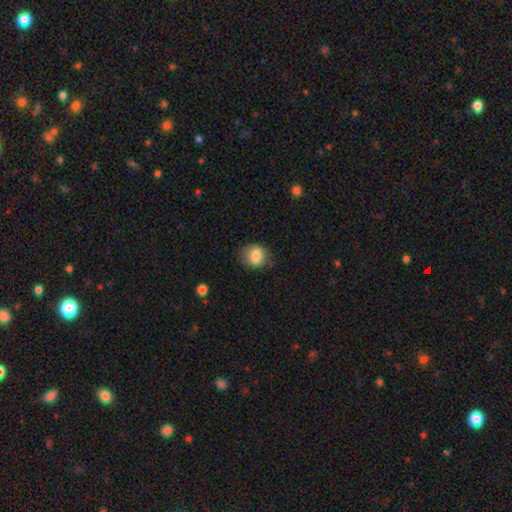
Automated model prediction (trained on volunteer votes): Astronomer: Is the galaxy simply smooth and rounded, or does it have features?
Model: smooth — 83%.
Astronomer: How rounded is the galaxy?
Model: round — 70%.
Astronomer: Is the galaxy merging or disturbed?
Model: none — 79%.